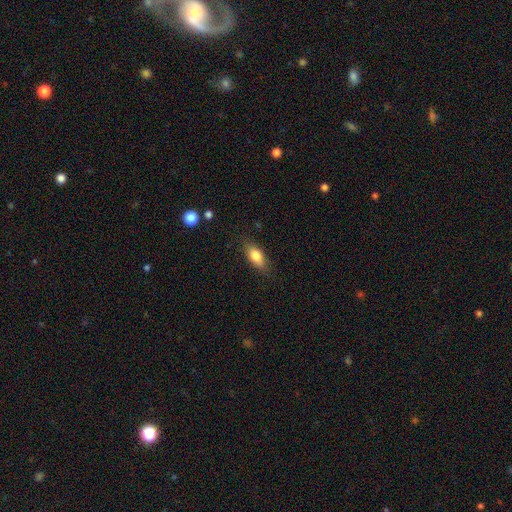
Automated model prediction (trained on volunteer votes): smooth-or-featured: smooth: 80% | featured or disk: 13% | star or artifact: 7%
  how-rounded: in between: 81% | cigar-shaped: 14% | round: 5%
  merging: none: 80% | minor disturbance: 15% | major disturbance: 3% | merger: 1%